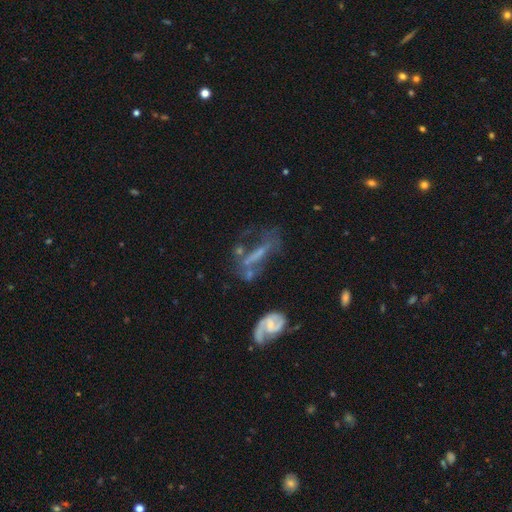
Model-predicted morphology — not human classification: Smooth or featured? Predicted: featured or disk (p=0.60). Edge-on disk? Predicted: no (p=0.84). Bar? Predicted: no (p=0.38). Spiral arms? Predicted: no (p=0.52). Bulge size? Predicted: none (p=0.49). Merging? Predicted: major disturbance (p=0.34).